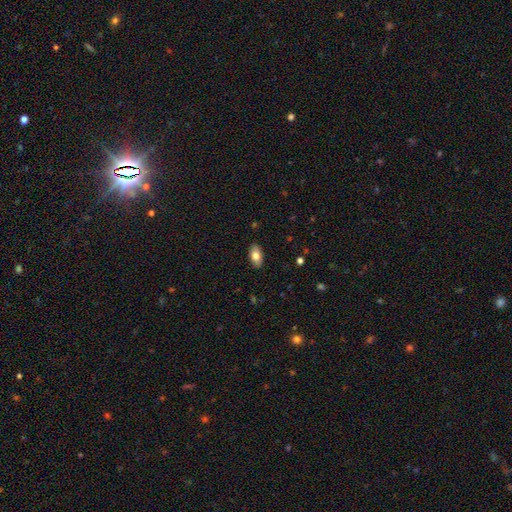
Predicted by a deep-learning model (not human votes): Smooth or featured? smooth (78%)
How rounded? in between (92%)
Merging? none (89%)